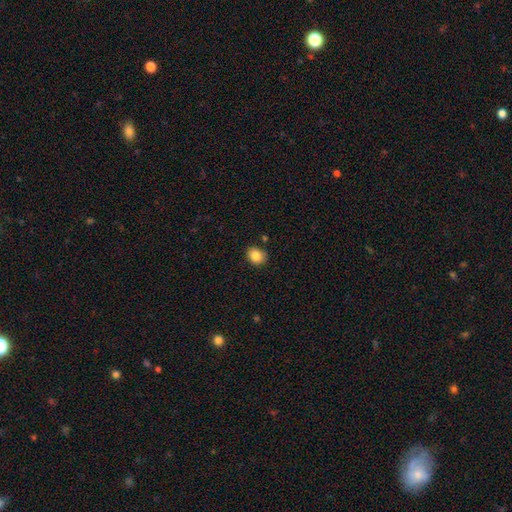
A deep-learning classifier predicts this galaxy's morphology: smooth_or_featured: smooth (p=0.86) [alt: star or artifact p=0.09]
how_rounded: round (p=0.58) [alt: in between p=0.41]
merging: none (p=0.82) [alt: minor disturbance p=0.13]